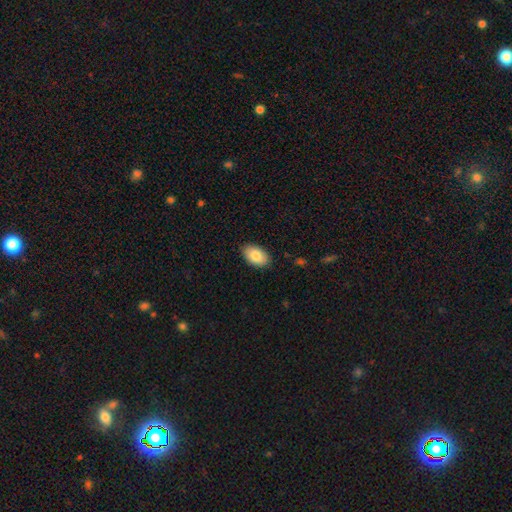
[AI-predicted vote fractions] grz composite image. It shows a smooth galaxy with no disk features (86%) that is in between round and cigar-shaped (93%). Merging: none (88%).